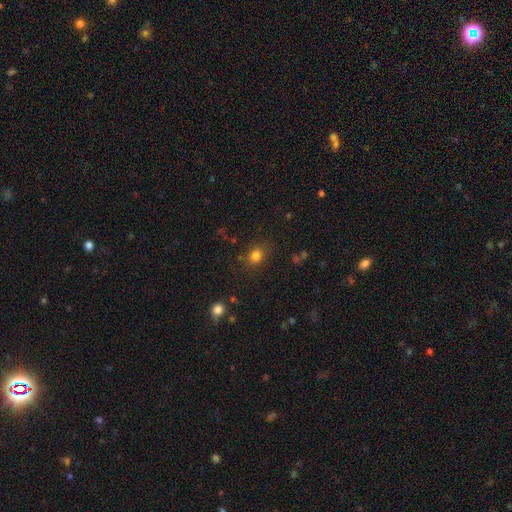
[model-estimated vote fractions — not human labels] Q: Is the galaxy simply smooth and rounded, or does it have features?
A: smooth — 80%.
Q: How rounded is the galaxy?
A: round — 63%.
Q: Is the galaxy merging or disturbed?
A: none — 80%.